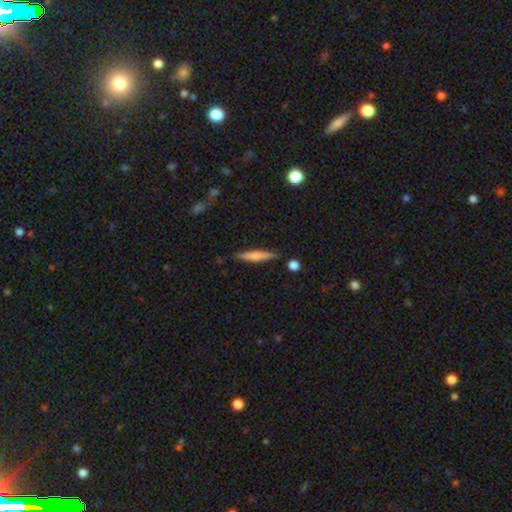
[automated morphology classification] Q: Smooth or featured?
A: smooth (65%); runner-up: featured or disk (29%)
Q: How rounded?
A: cigar-shaped (90%); runner-up: in between (8%)
Q: Merging?
A: none (84%); runner-up: minor disturbance (11%)